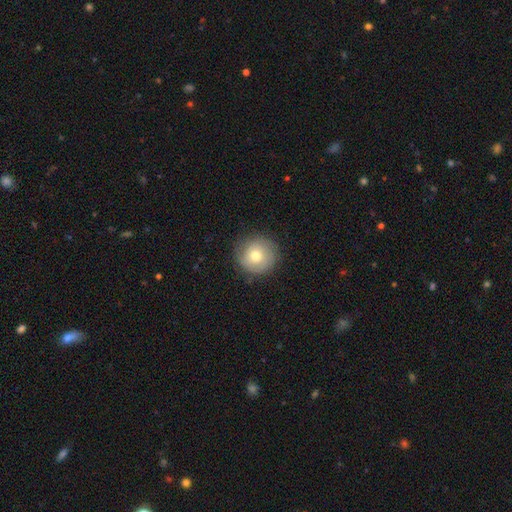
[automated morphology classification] Overall: smooth (64%; featured or disk 27%). How rounded: round (94%). Merging: none (83%).